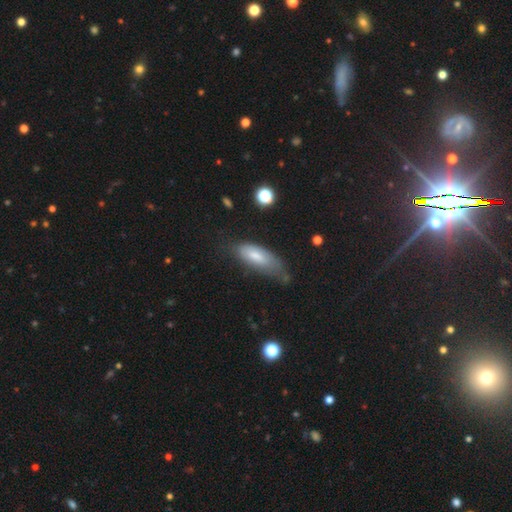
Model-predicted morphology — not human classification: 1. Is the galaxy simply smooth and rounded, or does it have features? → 71% smooth, 22% featured or disk, 7% star or artifact.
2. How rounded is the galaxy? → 73% in between, 25% cigar-shaped, 2% round.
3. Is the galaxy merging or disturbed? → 42% none, 37% minor disturbance, 18% major disturbance, 4% merger.